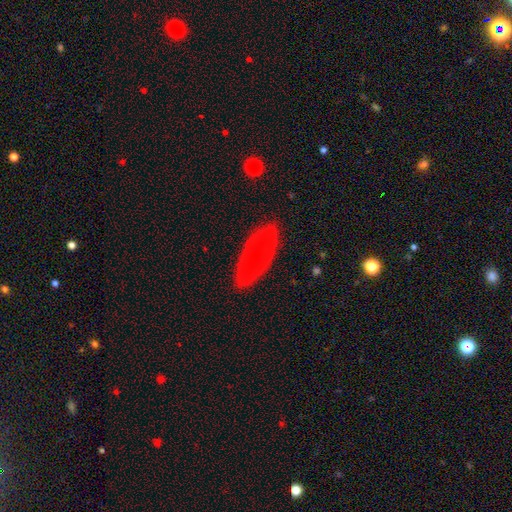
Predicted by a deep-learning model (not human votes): Q: Smooth or featured?
A: featured or disk (64%); runner-up: smooth (29%)
Q: Edge-on disk?
A: no (80%); runner-up: yes (20%)
Q: Bar?
A: weak (42%); runner-up: no (30%)
Q: Spiral arms?
A: yes (78%); runner-up: no (22%)
Q: Bulge size?
A: small (74%); runner-up: moderate (19%)
Q: Merging?
A: none (84%); runner-up: minor disturbance (12%)